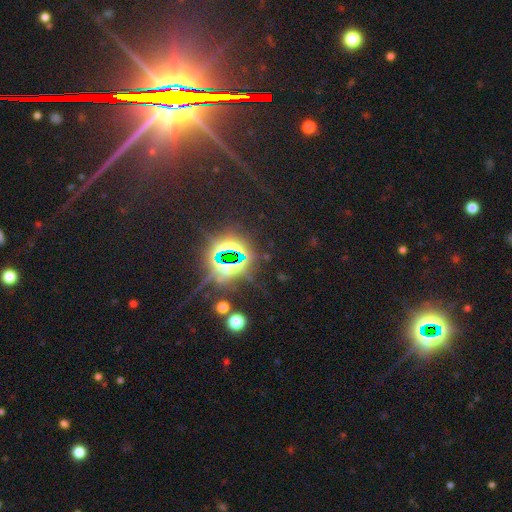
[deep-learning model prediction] This appears to be a star or artifact, not a galaxy (75%).